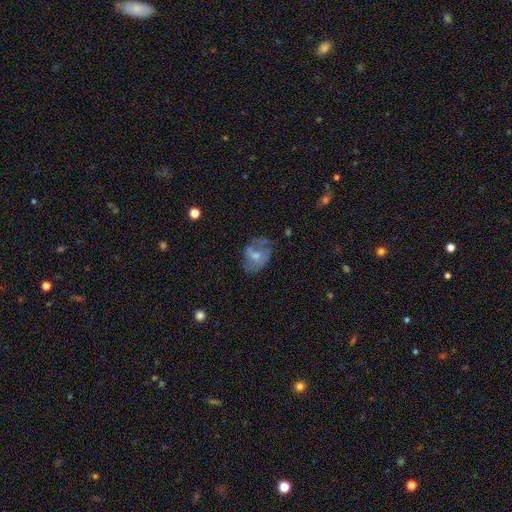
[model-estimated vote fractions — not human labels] Morphology: type=featured or disk (56%); edge-on=no (96%); bar=no (56%); spiral arms=yes (62%); bulge=moderate (50%); merging=none (56%).